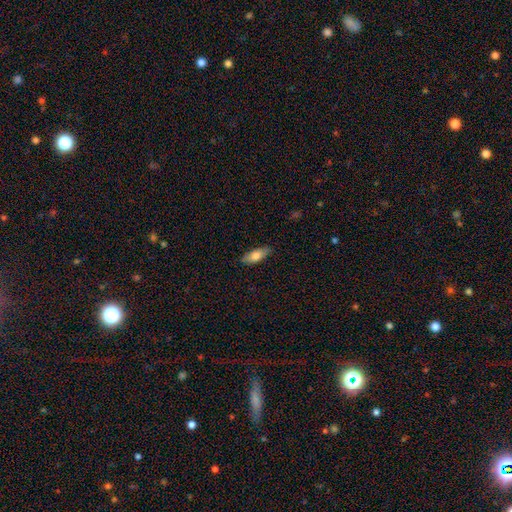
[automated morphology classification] This is likely a smooth galaxy (79%). How rounded: likely in between (76%). Merging: clearly none (84%).